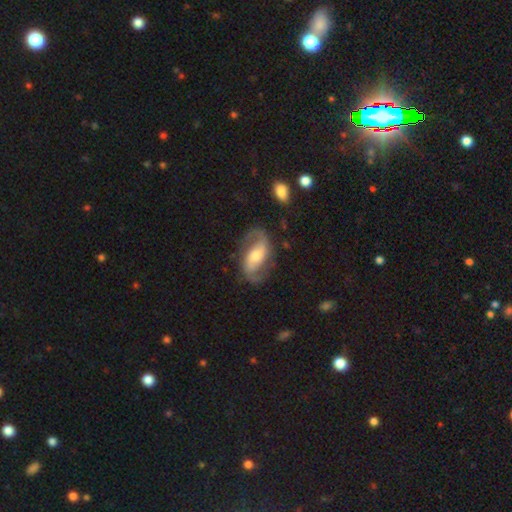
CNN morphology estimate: Q: Smooth or featured?
A: featured or disk (87%); runner-up: smooth (9%)
Q: Edge-on disk?
A: no (97%); runner-up: yes (3%)
Q: Bar?
A: weak (38%); runner-up: no (34%)
Q: Spiral arms?
A: yes (96%); runner-up: no (4%)
Q: Spiral winding?
A: medium (47%); runner-up: loose (40%)
Q: Spiral arm count?
A: 2 (92%); runner-up: can't tell (3%)
Q: Bulge size?
A: moderate (59%); runner-up: small (28%)
Q: Merging?
A: none (78%); runner-up: minor disturbance (13%)